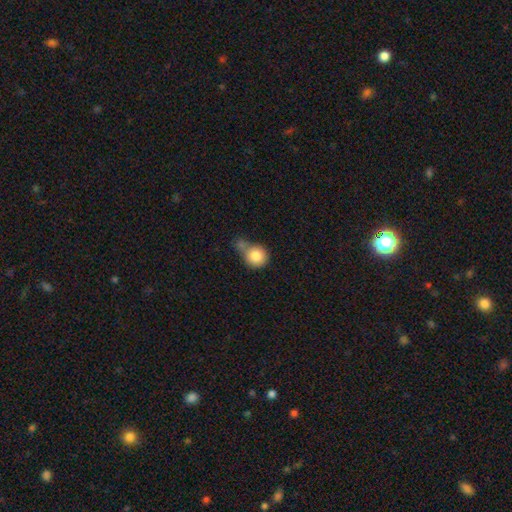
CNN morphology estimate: smooth-or-featured: smooth: 82% | featured or disk: 9% | star or artifact: 9%
  how-rounded: round: 87% | in between: 12% | cigar-shaped: 1%
  merging: none: 38% (tied) | merger: 38% (tied) | minor disturbance: 17% | major disturbance: 8%